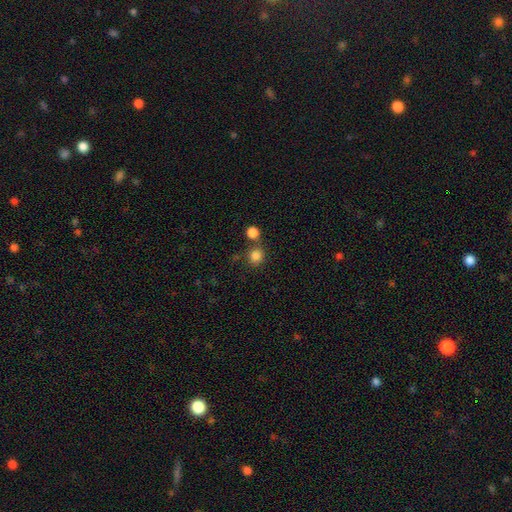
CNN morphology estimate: smooth_or_featured: smooth (p=0.83) [alt: star or artifact p=0.12]
how_rounded: round (p=0.90) [alt: in between p=0.09]
merging: none (p=0.72) [alt: merger p=0.18]